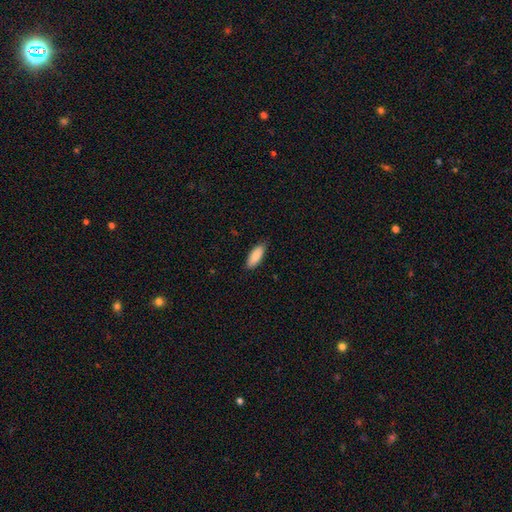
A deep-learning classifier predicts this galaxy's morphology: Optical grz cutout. It shows a smooth galaxy with no disk features (88%) that is in between round and cigar-shaped (74%). Merging: none (84%).